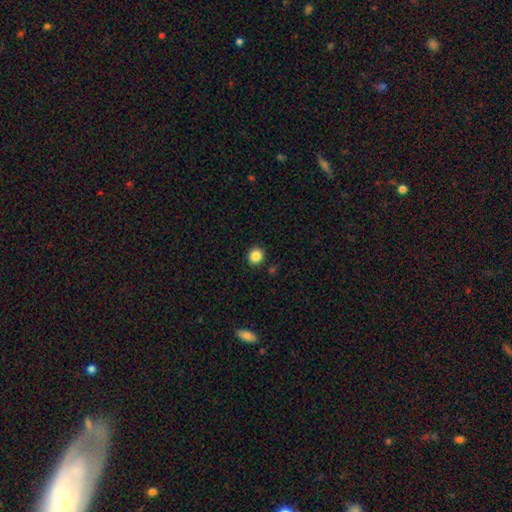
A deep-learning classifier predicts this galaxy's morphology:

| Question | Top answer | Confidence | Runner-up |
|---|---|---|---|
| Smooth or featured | smooth | 86% | star or artifact (10%) |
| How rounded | round | 84% | in between (15%) |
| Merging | none | 89% | minor disturbance (7%) |